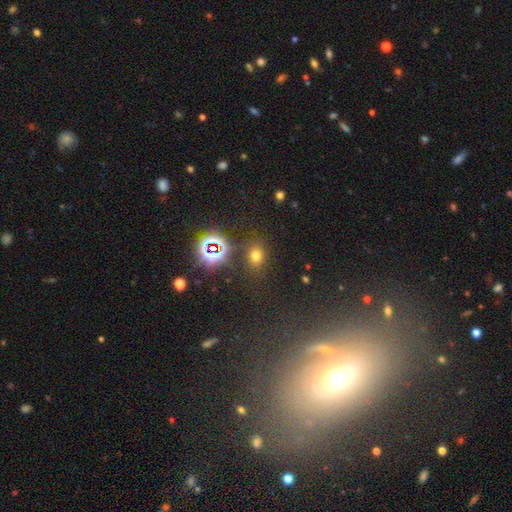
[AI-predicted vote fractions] Overall: smooth (62%; star or artifact 31%). How rounded: round (52%; in between 46%). Merging: none (82%).